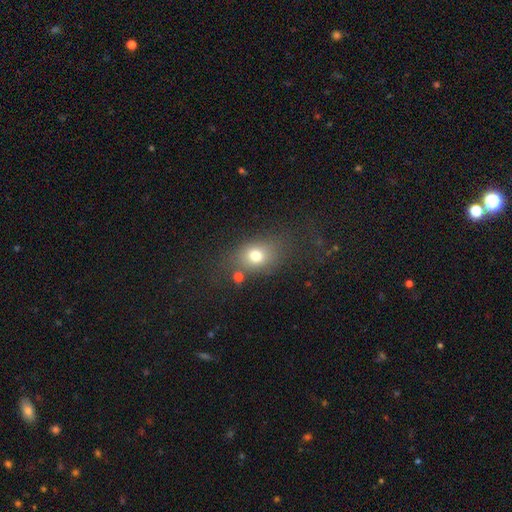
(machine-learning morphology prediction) This is likely a smooth galaxy (75%). How rounded: possibly in between (58%). Merging: likely none (67%).